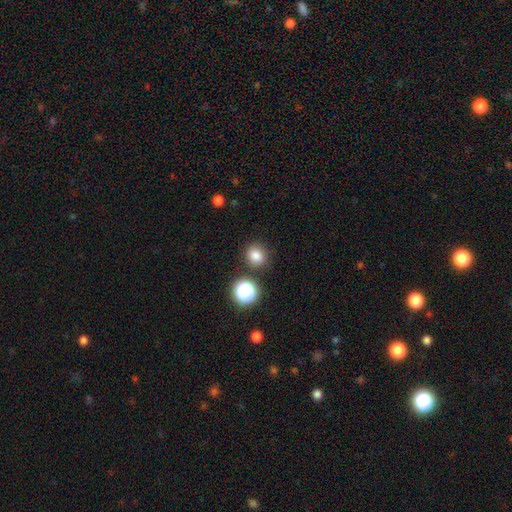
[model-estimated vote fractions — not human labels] Smooth or featured? Predicted: smooth (p=0.81). How rounded? Predicted: round (p=0.81). Merging? Predicted: none (p=0.83).